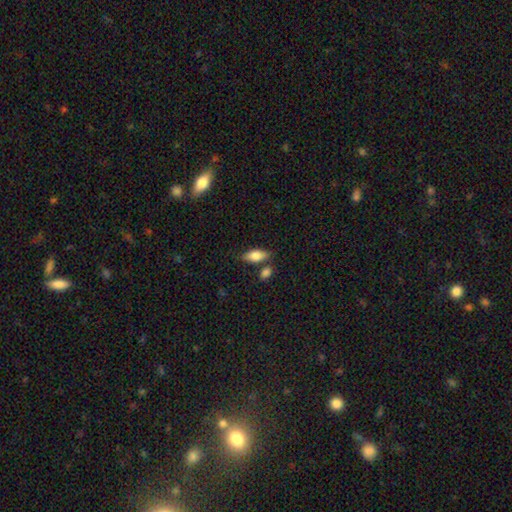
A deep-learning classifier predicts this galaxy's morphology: smooth-or-featured: smooth: 80% | featured or disk: 13% | star or artifact: 7%
  how-rounded: in between: 82% | cigar-shaped: 15% | round: 3%
  merging: none: 70% | minor disturbance: 14% | merger: 13% | major disturbance: 3%